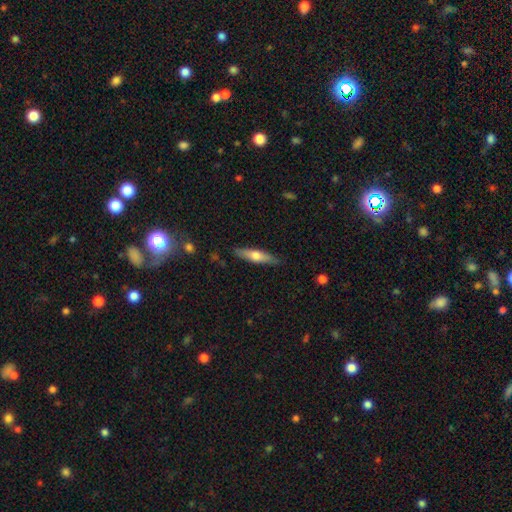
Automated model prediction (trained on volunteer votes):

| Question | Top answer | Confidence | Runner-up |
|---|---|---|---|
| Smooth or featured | smooth | 52% | featured or disk (42%) |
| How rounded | cigar-shaped | 75% | in between (22%) |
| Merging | none | 87% | minor disturbance (10%) |